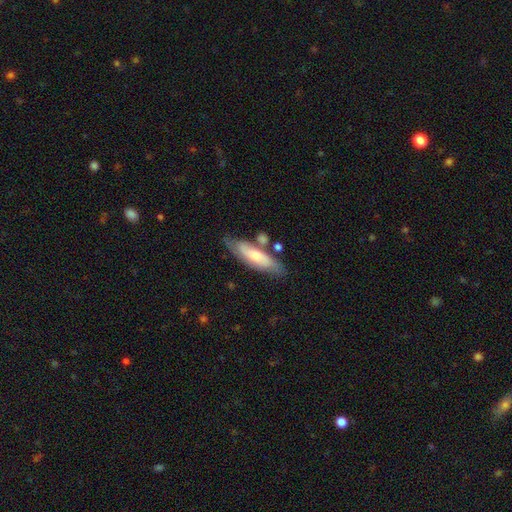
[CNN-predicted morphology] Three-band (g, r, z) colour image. It shows a smooth galaxy with no disk features (48%). Merging: none (62%).